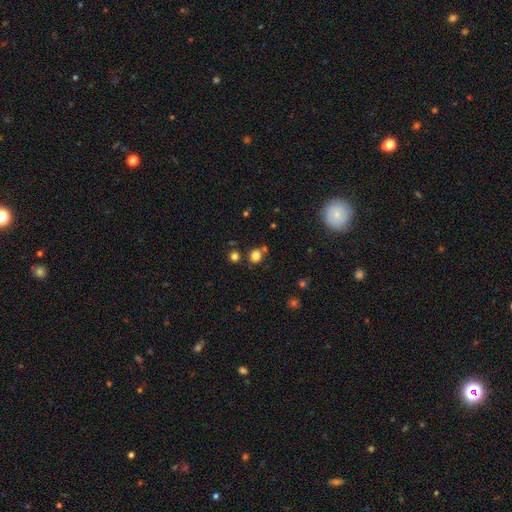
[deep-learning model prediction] smooth 80%, star or artifact 15%, featured or disk 5%. Down the decision tree: how rounded — round (82%); merging — none (73%).